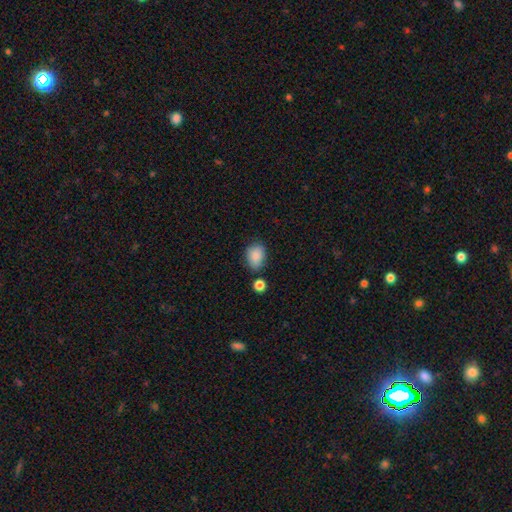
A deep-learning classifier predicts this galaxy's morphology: The model was most divided on "how rounded": in between: 65%, round: 34%, cigar-shaped: 1%. More confident: smooth or featured — smooth (86%); merging — none (69%).